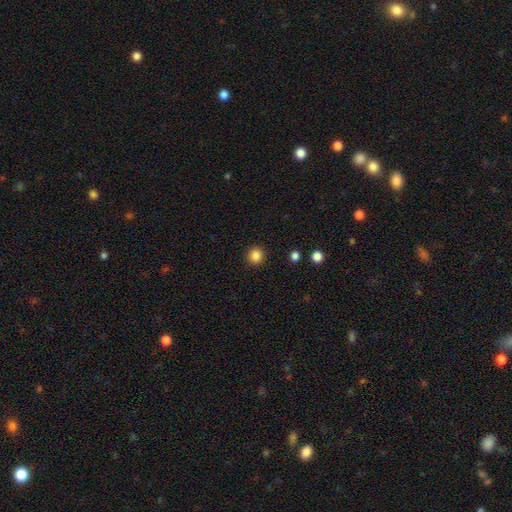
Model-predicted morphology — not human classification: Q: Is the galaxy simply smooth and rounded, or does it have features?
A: smooth — 86%.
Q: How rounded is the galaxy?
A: round — 92%.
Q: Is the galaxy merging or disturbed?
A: none — 92%.